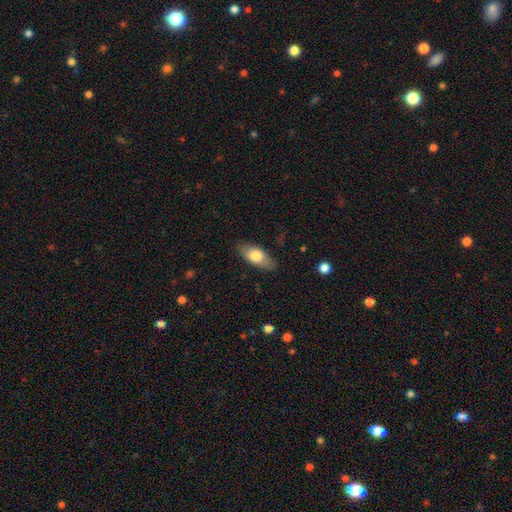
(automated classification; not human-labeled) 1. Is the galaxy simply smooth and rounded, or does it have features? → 75% smooth, 19% featured or disk, 6% star or artifact.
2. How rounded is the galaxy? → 86% in between, 10% cigar-shaped, 3% round.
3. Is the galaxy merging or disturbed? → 82% none, 14% minor disturbance, 3% major disturbance, 1% merger.